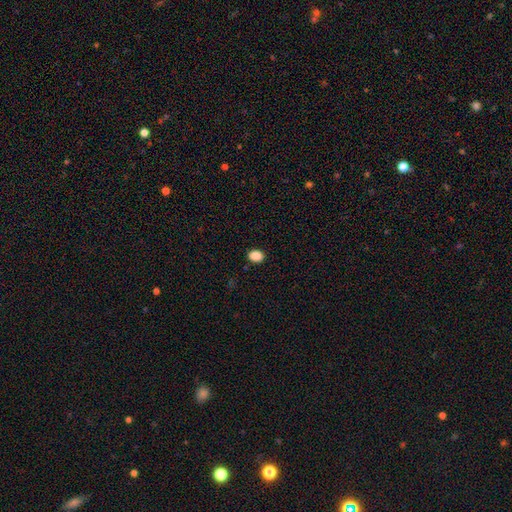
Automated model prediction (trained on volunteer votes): smooth 88%, star or artifact 9%, featured or disk 3%. Down the decision tree: how rounded — in between (59%); merging — none (91%).